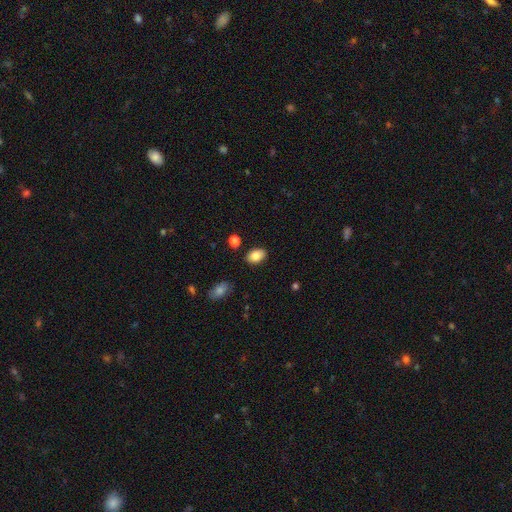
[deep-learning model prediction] smooth-or-featured: smooth: 85% | star or artifact: 8% | featured or disk: 7%
  how-rounded: in between: 88% | round: 10% | cigar-shaped: 1%
  merging: none: 86% | minor disturbance: 10% | major disturbance: 2% | merger: 2%